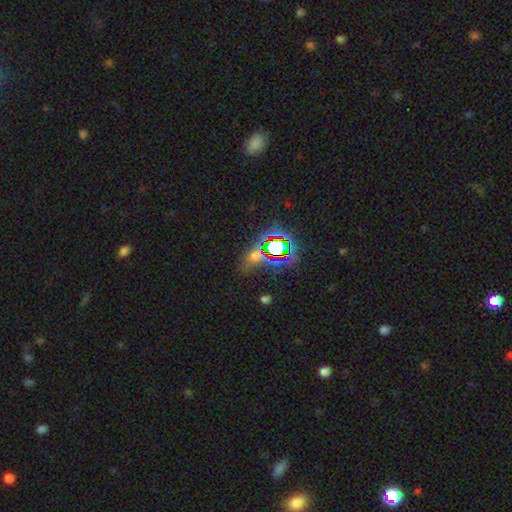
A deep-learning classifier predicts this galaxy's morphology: This appears to be a star or artifact, not a galaxy (52%).